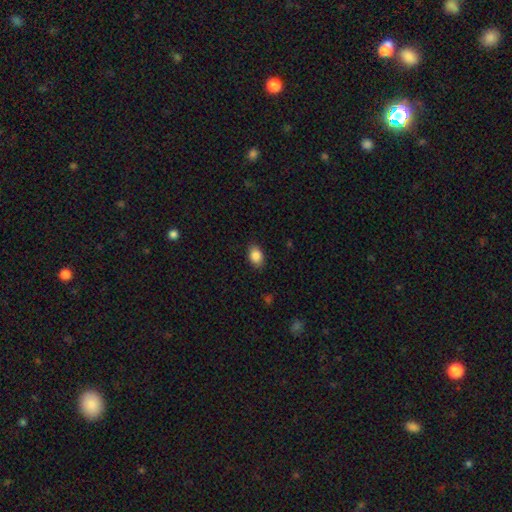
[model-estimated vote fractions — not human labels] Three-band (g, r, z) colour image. It shows a smooth galaxy with no disk features (86%) that is in between round and cigar-shaped (85%). Merging: none (86%).